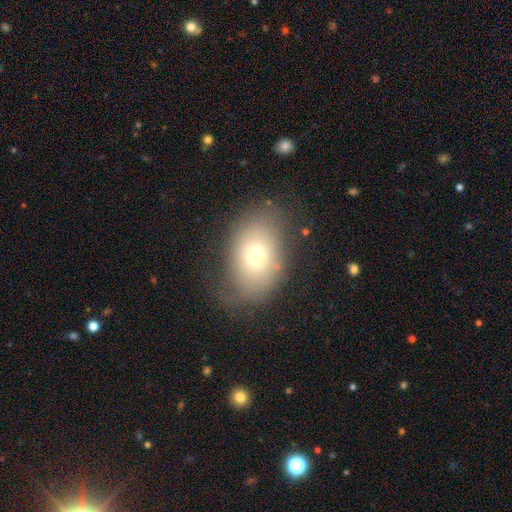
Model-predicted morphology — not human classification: A smooth galaxy with no disk features (64%) that is in between round and cigar-shaped (77%). Merging: none (67%).